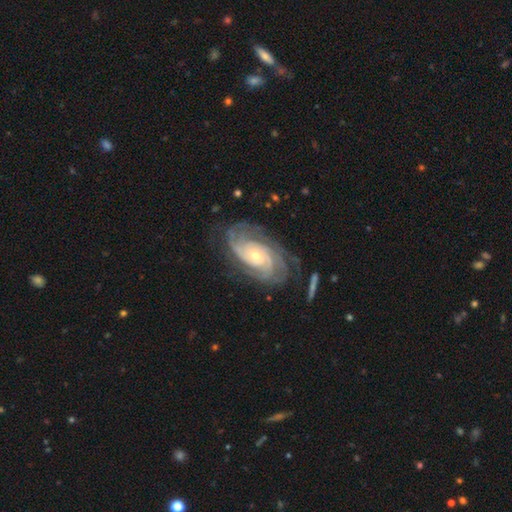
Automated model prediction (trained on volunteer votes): Overall: featured or disk (90%). Edge-on disk: no (96%). Bar: no (72%). Spiral arms: yes (98%). Spiral arm count: 3 (26%; 2 22%). Spiral winding: tight (70%). Bulge size: small (59%; moderate 38%). Merging: none (71%).